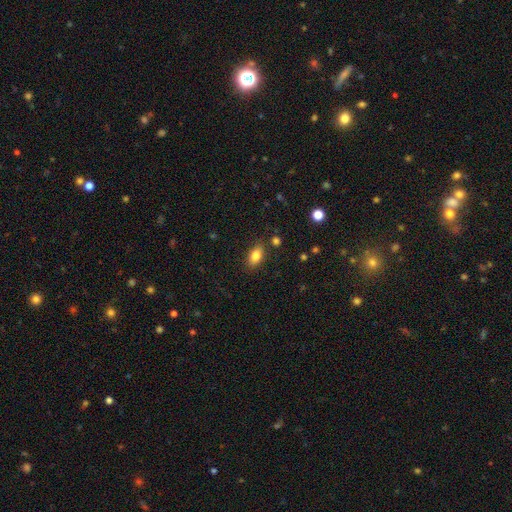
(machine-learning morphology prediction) Overall: smooth (84%). How rounded: in between (88%). Merging: none (84%).